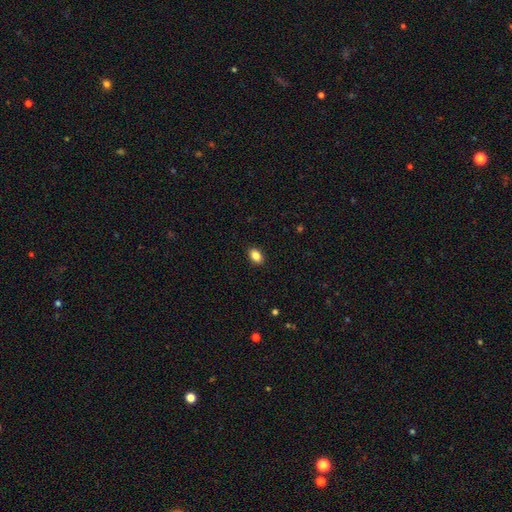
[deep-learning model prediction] The model was most divided on "how rounded": in between: 85%, round: 14%, cigar-shaped: 2%. More confident: merging — none (91%); smooth or featured — smooth (86%).